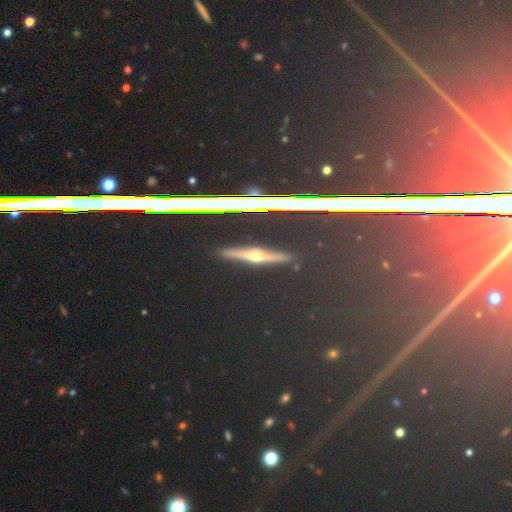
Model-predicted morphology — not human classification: Smooth or featured? star or artifact (42%)